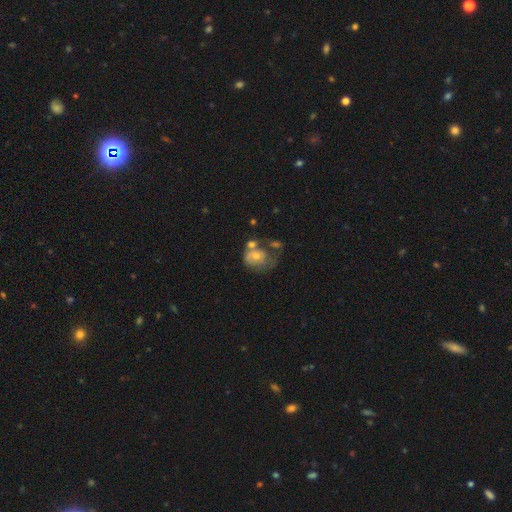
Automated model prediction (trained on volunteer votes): Morphology: type=featured or disk (46%); merging=merger (30%).